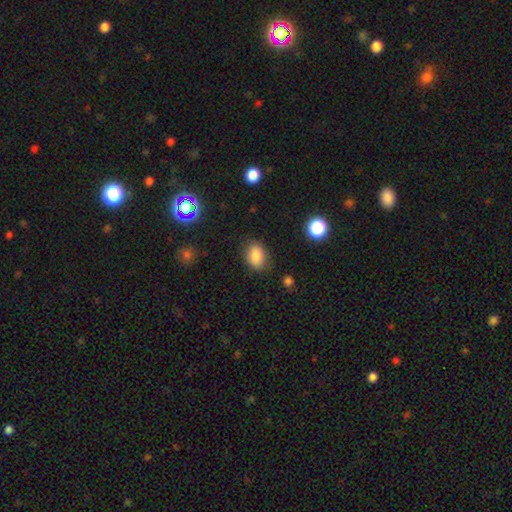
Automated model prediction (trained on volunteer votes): Smooth or featured? Predicted: smooth (p=0.84). How rounded? Predicted: in between (p=0.77). Merging? Predicted: none (p=0.79).